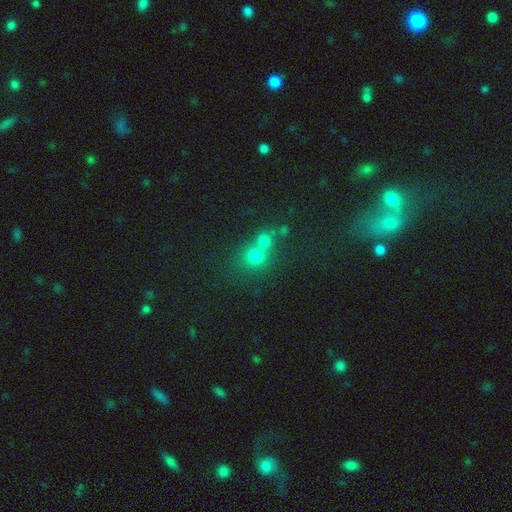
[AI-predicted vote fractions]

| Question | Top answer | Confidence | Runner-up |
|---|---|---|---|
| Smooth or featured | smooth | 70% | star or artifact (18%) |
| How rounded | round | 85% | in between (14%) |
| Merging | merger | 50% | none (40%) |